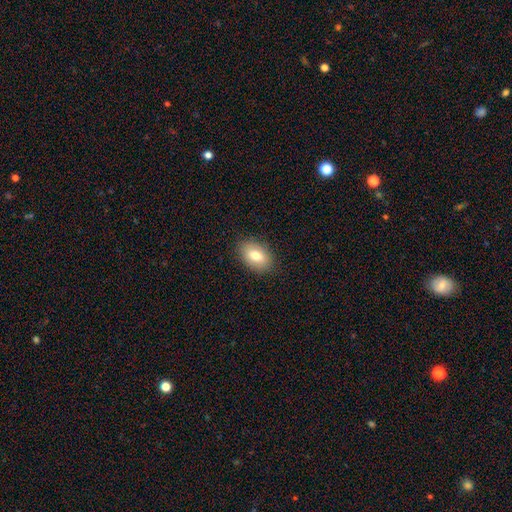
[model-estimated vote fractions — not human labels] Morphology: type=smooth (76%); roundness=in between (86%); merging=none (88%).